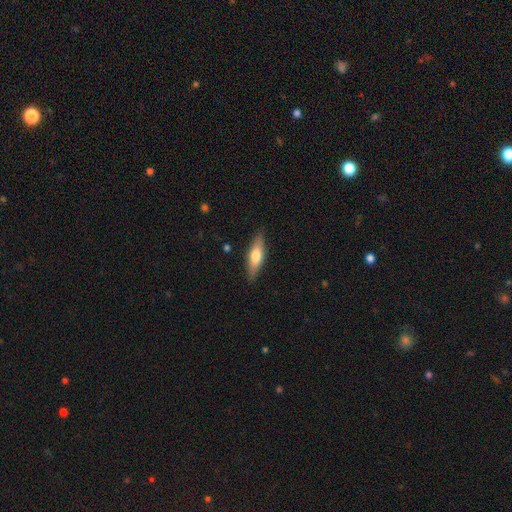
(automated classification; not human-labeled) A smooth galaxy with no disk features (62%) that is cigar-shaped (56%).

Vote fractions:
- Smooth or featured? smooth: 62% / featured or disk: 33% / star or artifact: 6%
- How rounded? cigar-shaped: 56% / in between: 42% / round: 2%
- Merging? none: 86% / minor disturbance: 11% / major disturbance: 2% / merger: 1%